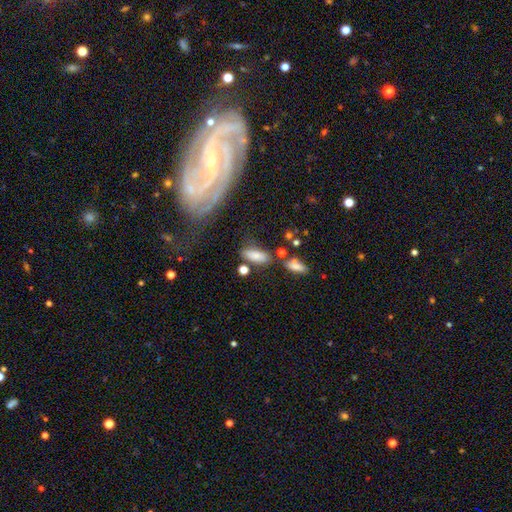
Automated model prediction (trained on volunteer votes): Overall: smooth (79%). How rounded: in between (75%). Merging: none (63%).